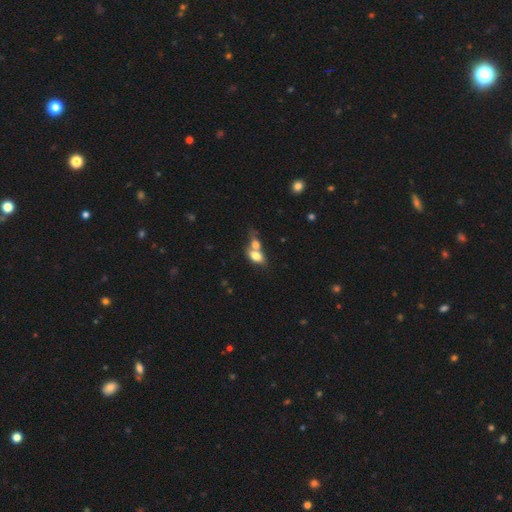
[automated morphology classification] The model was most divided on "merging": merger: 67%, none: 20%, minor disturbance: 8%, major disturbance: 5%. More confident: how rounded — in between (80%); smooth or featured — smooth (74%).